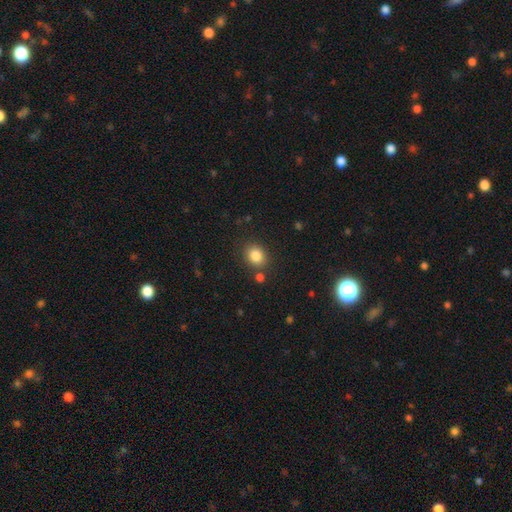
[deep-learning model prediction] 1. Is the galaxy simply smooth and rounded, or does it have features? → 84% smooth, 10% star or artifact, 6% featured or disk.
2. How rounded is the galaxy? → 59% round, 41% in between, 1% cigar-shaped.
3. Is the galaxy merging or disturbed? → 81% none, 10% minor disturbance, 6% merger, 3% major disturbance.